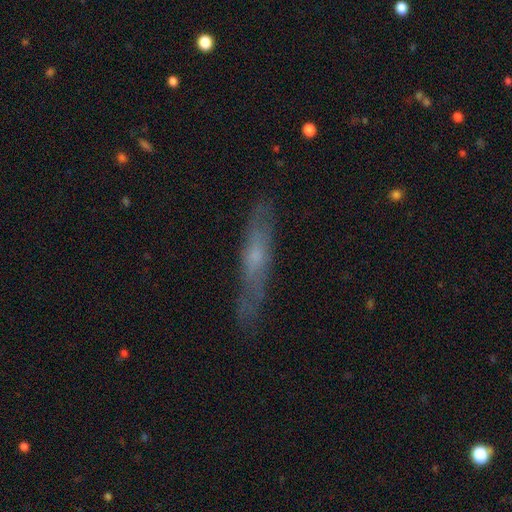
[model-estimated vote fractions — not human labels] A featured or disk galaxy (49%). Merging: none (76%).